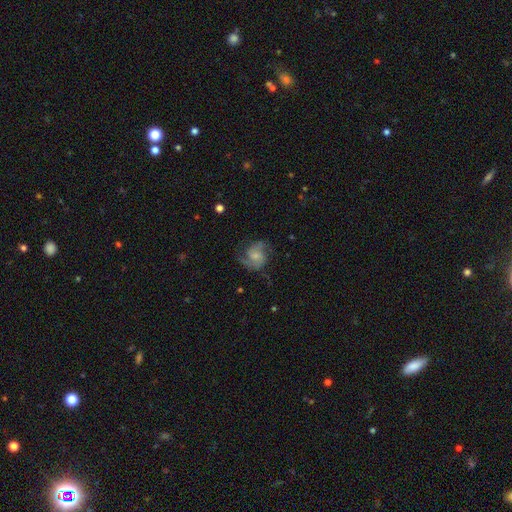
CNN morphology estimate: A featured or disk galaxy (79%) with no bar (62%), 2 (84%) medium (51%) spiral arms (95%) and a small central bulge (57%).

Vote fractions:
- Smooth or featured? featured or disk: 79% / smooth: 14% / star or artifact: 7%
- Edge-on disk? no: 98% / yes: 2%
- Bar? no: 62% / weak: 32% / strong: 5%
- Spiral arms? yes: 95% / no: 5%
- Spiral winding? medium: 51% / loose: 26% / tight: 23%
- Spiral arm count? 2: 84% / can't tell: 6% / 3: 4% / 1: 4% / 4: 1% / more than 4: 1%
- Bulge size? small: 57% / moderate: 29% / none: 9% / large: 3% / dominant: 1%
- Merging? none: 70% / minor disturbance: 18% / major disturbance: 10% / merger: 1%